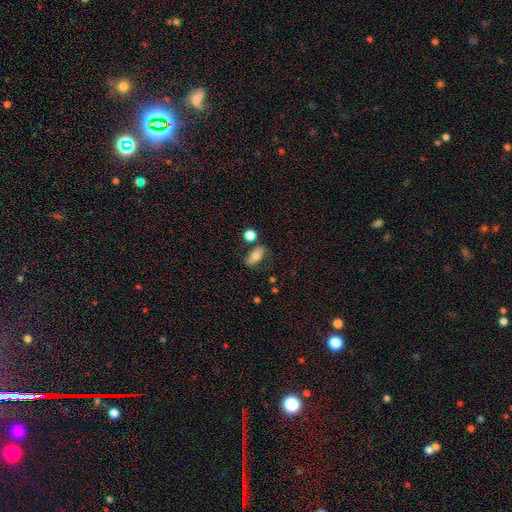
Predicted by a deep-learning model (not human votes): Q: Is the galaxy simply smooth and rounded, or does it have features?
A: smooth — 69%.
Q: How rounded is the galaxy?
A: in between — 80%.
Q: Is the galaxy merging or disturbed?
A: none — 67%.